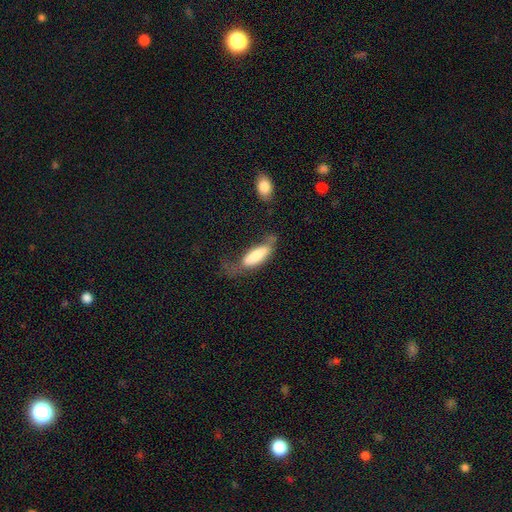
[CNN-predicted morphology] Smooth or featured? smooth (76%)
How rounded? in between (55%)
Merging? major disturbance (35%)